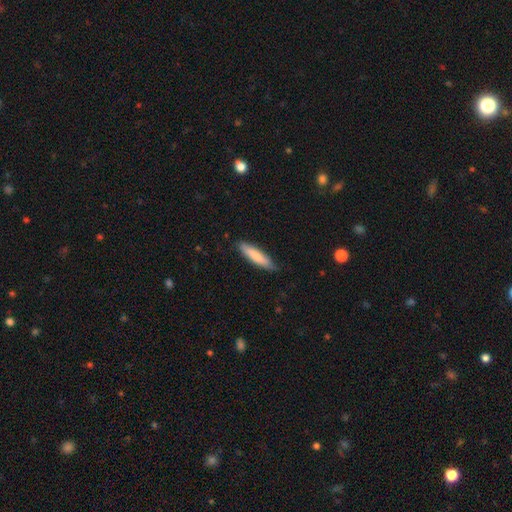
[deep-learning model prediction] This appears to be a smooth galaxy with no disk features (79%) that is cigar-shaped (80%). Merging: none (82%).